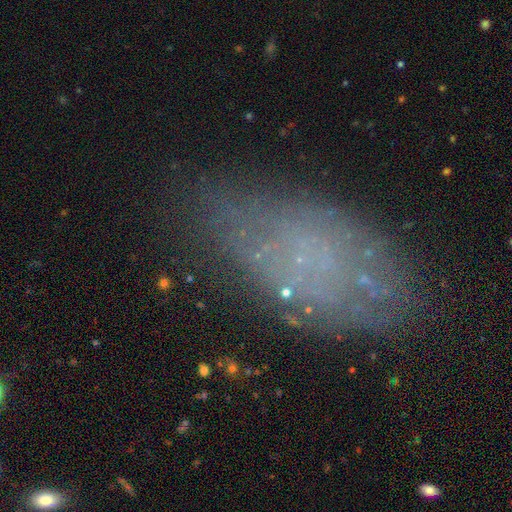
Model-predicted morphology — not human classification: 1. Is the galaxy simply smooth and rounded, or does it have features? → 42% featured or disk, 35% smooth, 22% star or artifact.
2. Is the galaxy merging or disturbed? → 64% none, 22% minor disturbance, 11% major disturbance, 3% merger.